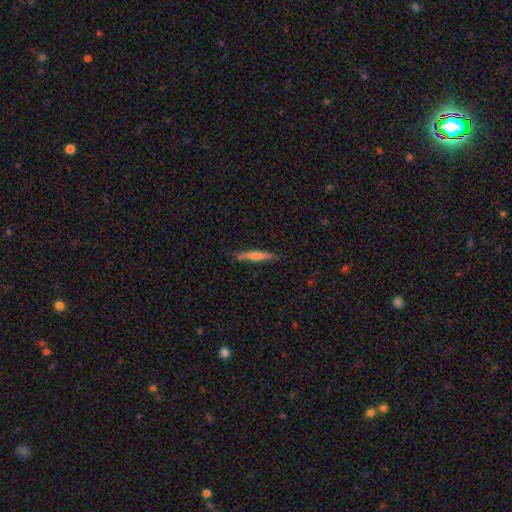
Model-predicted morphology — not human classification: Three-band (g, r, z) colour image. It shows a featured or disk galaxy (48%). Merging: none (87%).